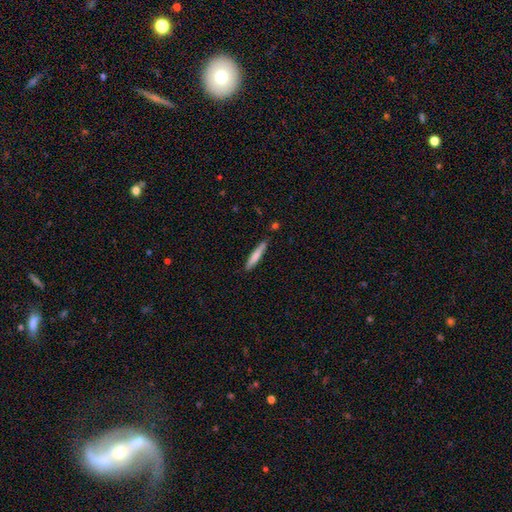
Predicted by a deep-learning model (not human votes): Smooth or featured?
  - smooth: 76% *
  - featured or disk: 19%
  - star or artifact: 5%
How rounded?
  - cigar-shaped: 92% *
  - in between: 7%
  - round: 1%
Merging?
  - none: 83% *
  - minor disturbance: 12%
  - merger: 2%
  - major disturbance: 2%